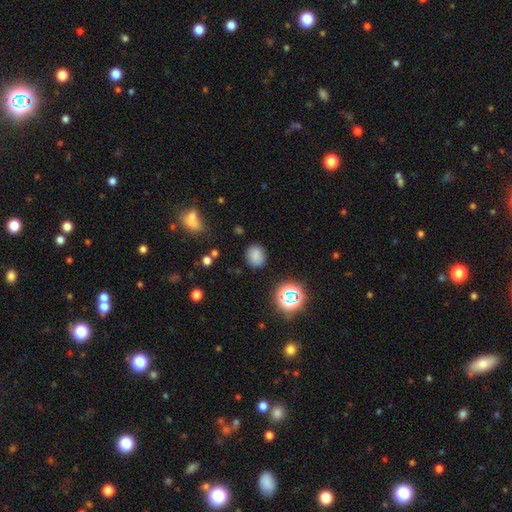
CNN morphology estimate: Q: Smooth or featured?
A: smooth (77%); runner-up: star or artifact (16%)
Q: How rounded?
A: round (66%); runner-up: in between (33%)
Q: Merging?
A: none (83%); runner-up: minor disturbance (12%)